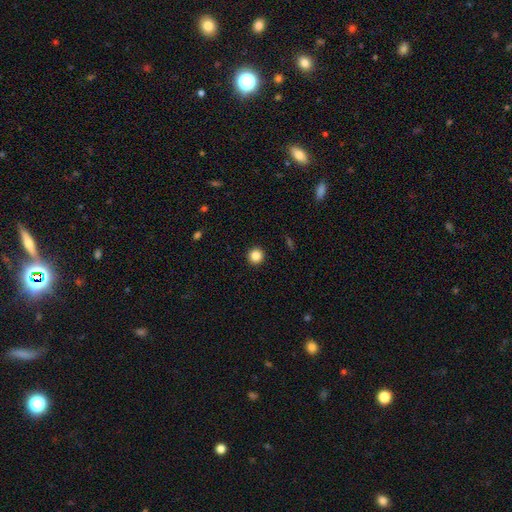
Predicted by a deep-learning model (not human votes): smooth_or_featured: smooth (p=0.85) [alt: star or artifact p=0.10]
how_rounded: round (p=0.95) [alt: in between p=0.04]
merging: none (p=0.93) [alt: minor disturbance p=0.04]